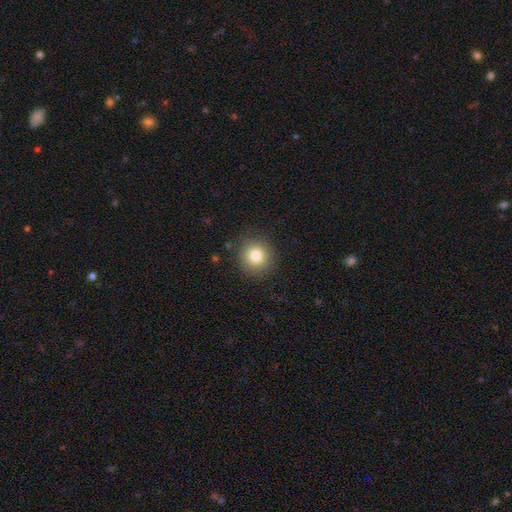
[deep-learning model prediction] Morphology: type=smooth (82%); roundness=round (91%); merging=none (89%).